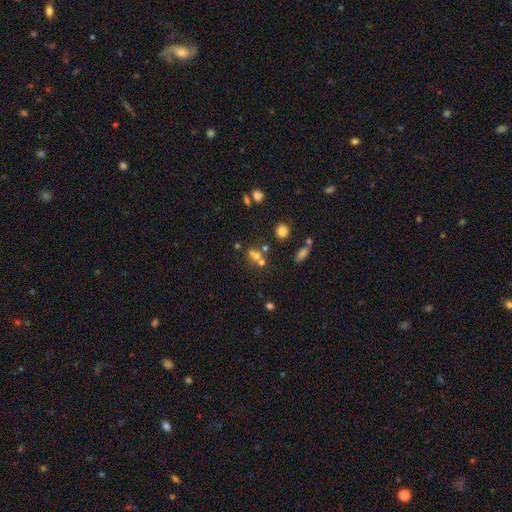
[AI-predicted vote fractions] A smooth galaxy with no disk features (59%) that is round (51%). Merging: merger (43%).